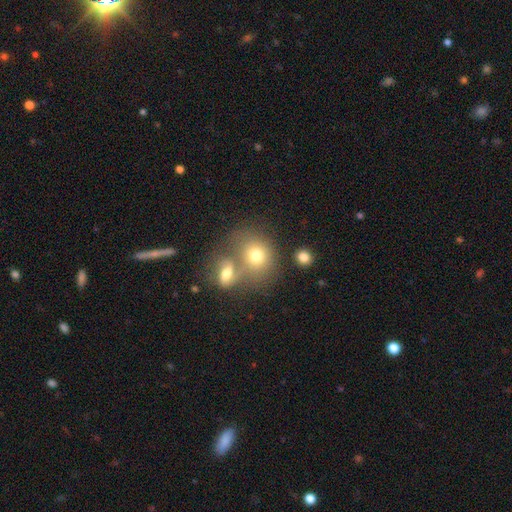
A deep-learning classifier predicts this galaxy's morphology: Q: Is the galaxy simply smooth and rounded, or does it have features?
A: smooth — 71%.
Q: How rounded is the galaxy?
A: round — 63%.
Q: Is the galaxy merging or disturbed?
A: merger — 49%.